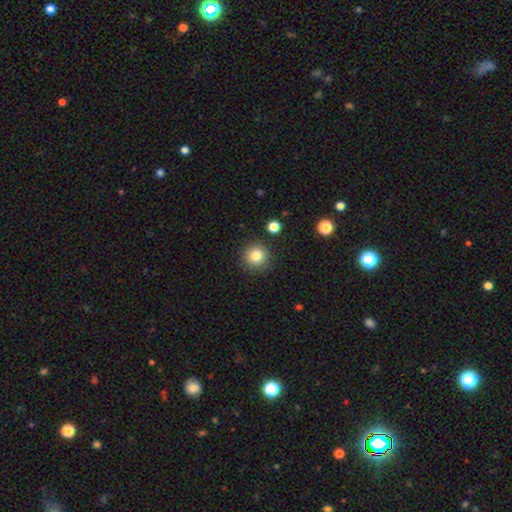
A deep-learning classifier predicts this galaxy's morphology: A smooth galaxy with no disk features (82%) that is round (94%). Merging: none (88%).